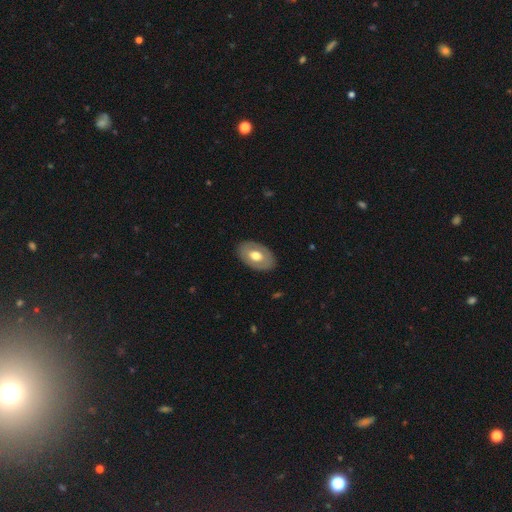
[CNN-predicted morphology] Smooth or featured? smooth (58%)
How rounded? in between (88%)
Merging? none (85%)